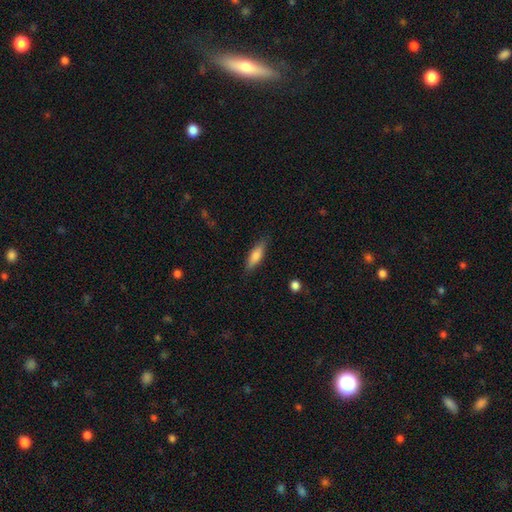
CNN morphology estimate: The model was most divided on "how rounded": cigar-shaped: 54%, in between: 44%, round: 2%. More confident: merging — none (85%); smooth or featured — smooth (72%).